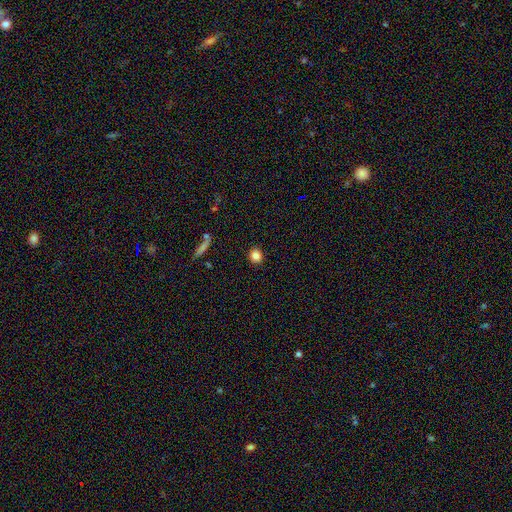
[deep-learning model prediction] smooth-or-featured: smooth: 84% | star or artifact: 10% | featured or disk: 5%
  how-rounded: round: 77% | in between: 21% | cigar-shaped: 1%
  merging: none: 91% | minor disturbance: 6% | major disturbance: 2% | merger: 1%